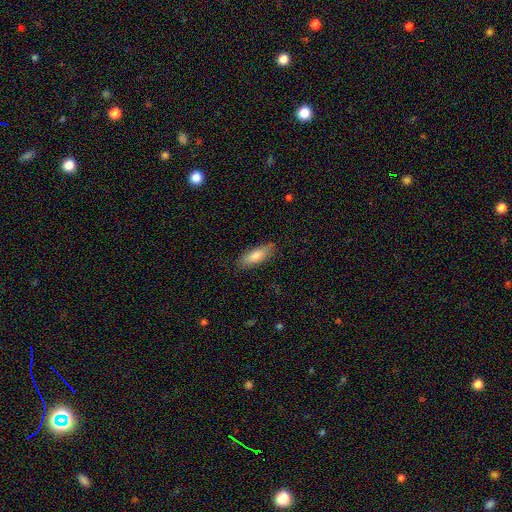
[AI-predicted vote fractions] Overall: smooth (80%). How rounded: in between (59%; cigar-shaped 39%). Merging: none (84%).